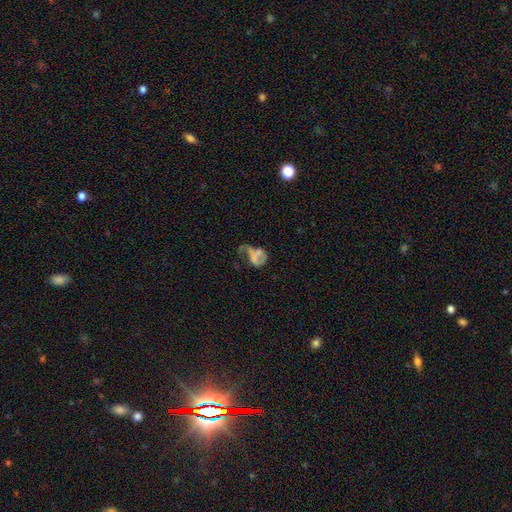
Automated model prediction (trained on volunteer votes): smooth-or-featured: featured or disk: 46% | smooth: 40% | star or artifact: 15%
  merging: major disturbance: 54% | none: 18% | minor disturbance: 17% | merger: 11%